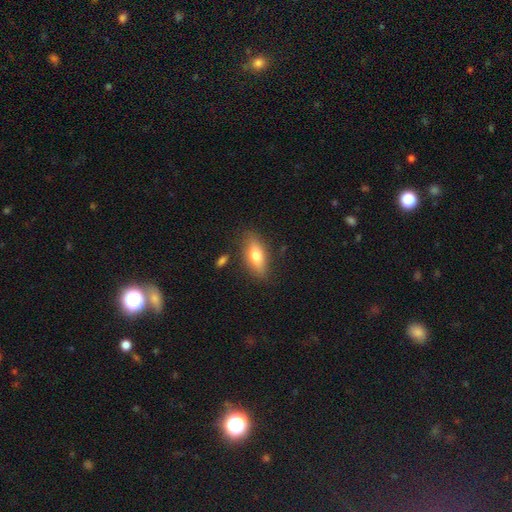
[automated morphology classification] smooth 70%, featured or disk 23%, star or artifact 7%. Down the decision tree: how rounded — in between (75%); merging — none (80%).